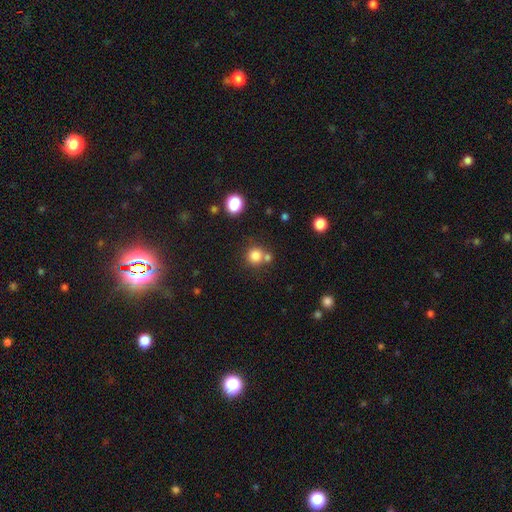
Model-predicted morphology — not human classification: smooth-or-featured: smooth: 81% | star or artifact: 13% | featured or disk: 6%
  how-rounded: round: 91% | in between: 8% | cigar-shaped: 1%
  merging: none: 65% | merger: 23% | minor disturbance: 9% | major disturbance: 4%